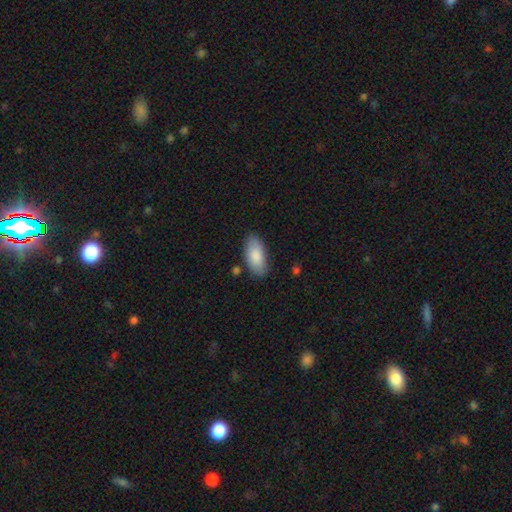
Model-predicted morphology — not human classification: A smooth galaxy with no disk features (85%) that is in between round and cigar-shaped (93%).

Vote fractions:
- Smooth or featured? smooth: 85% / featured or disk: 9% / star or artifact: 6%
- How rounded? in between: 93% / cigar-shaped: 5% / round: 2%
- Merging? none: 79% / minor disturbance: 15% / major disturbance: 3% / merger: 3%